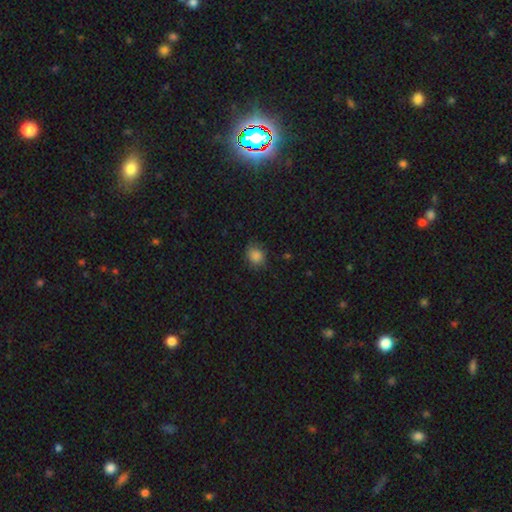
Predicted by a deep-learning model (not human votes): smooth-or-featured: smooth: 84% | star or artifact: 11% | featured or disk: 5%
  how-rounded: round: 67% | in between: 32% | cigar-shaped: 1%
  merging: none: 75% | minor disturbance: 19% | major disturbance: 4% | merger: 1%